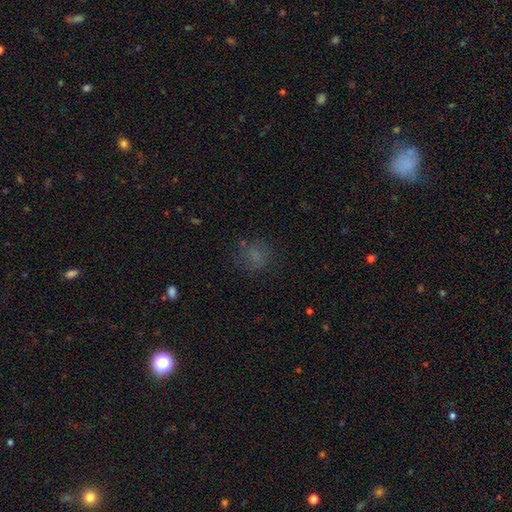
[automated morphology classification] A smooth galaxy with no disk features (66%) that is round (66%).

Vote fractions:
- Smooth or featured? smooth: 66% / star or artifact: 22% / featured or disk: 12%
- How rounded? round: 66% / in between: 32% / cigar-shaped: 2%
- Merging? none: 72% / minor disturbance: 15% / major disturbance: 11% / merger: 2%